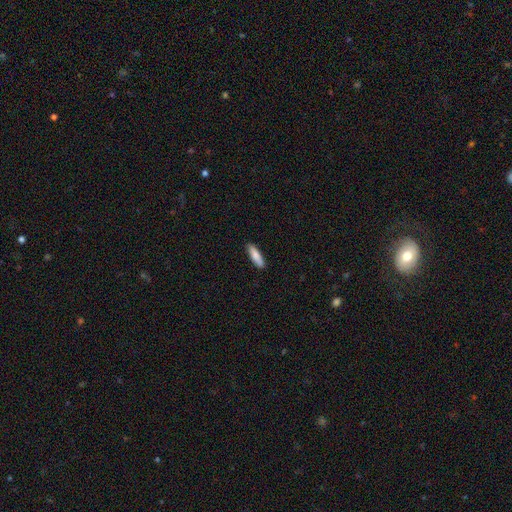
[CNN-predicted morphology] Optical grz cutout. It shows a smooth galaxy with no disk features (84%) that is cigar-shaped (71%). Merging: none (89%).